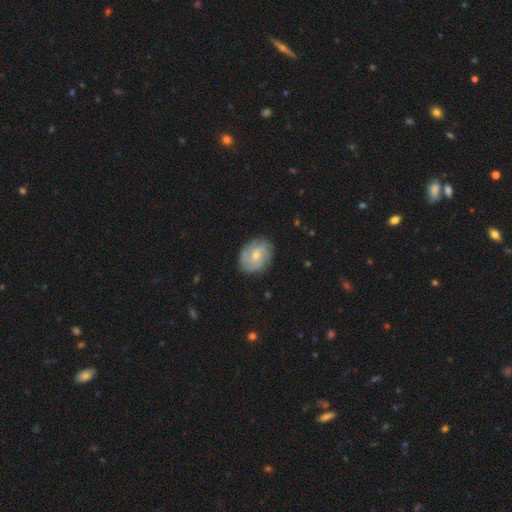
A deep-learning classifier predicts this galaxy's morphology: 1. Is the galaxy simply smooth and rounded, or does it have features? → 71% featured or disk, 22% smooth, 7% star or artifact.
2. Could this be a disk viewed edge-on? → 97% no, 3% yes.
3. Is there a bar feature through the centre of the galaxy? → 68% no, 28% weak, 4% strong.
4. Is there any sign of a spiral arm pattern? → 93% yes, 7% no.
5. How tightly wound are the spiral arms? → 55% tight, 33% medium, 12% loose.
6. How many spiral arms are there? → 33% can't tell, 21% 3, 21% 4, 12% 2, 8% more than 4, 6% 1.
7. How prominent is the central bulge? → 57% small, 40% moderate, 1% none, 1% large, 1% dominant.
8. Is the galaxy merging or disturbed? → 81% none, 14% minor disturbance, 4% major disturbance, 1% merger.